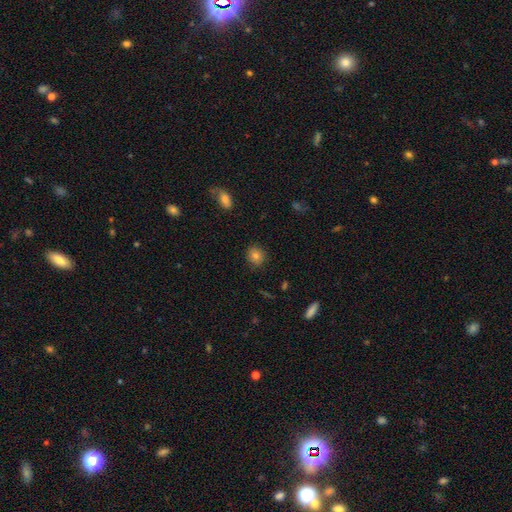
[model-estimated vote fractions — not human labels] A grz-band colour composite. It shows a smooth galaxy with no disk features (80%) that is round (79%). Merging: none (87%).